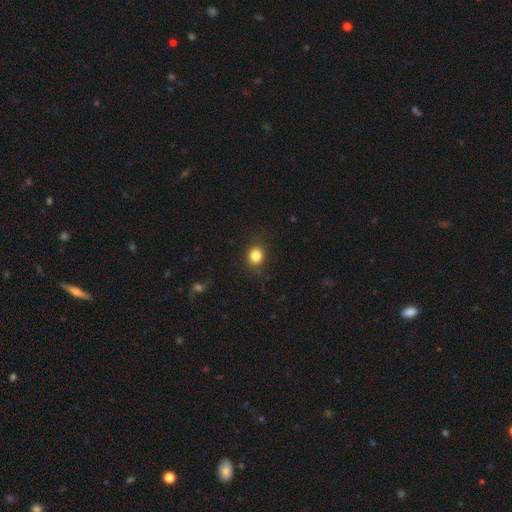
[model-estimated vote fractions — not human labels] Smooth or featured? Predicted: smooth (p=0.84). How rounded? Predicted: round (p=0.73). Merging? Predicted: none (p=0.85).